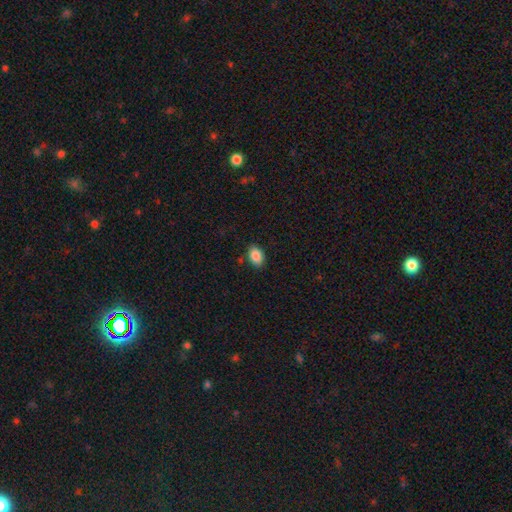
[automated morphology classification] Smooth or featured? smooth (88%)
How rounded? in between (84%)
Merging? none (84%)